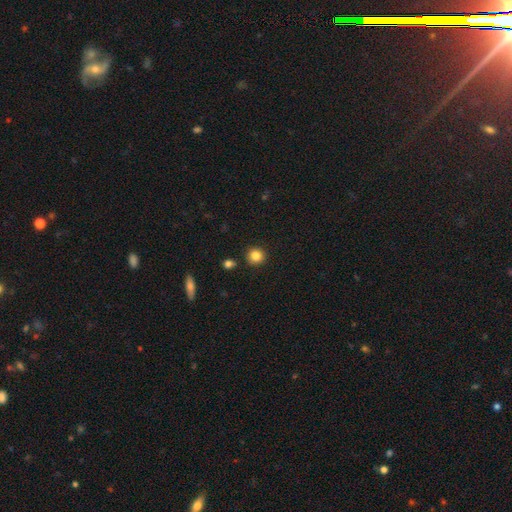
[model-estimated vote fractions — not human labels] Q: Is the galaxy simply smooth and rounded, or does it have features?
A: smooth — 84%.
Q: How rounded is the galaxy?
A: round — 92%.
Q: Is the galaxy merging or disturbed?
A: none — 89%.